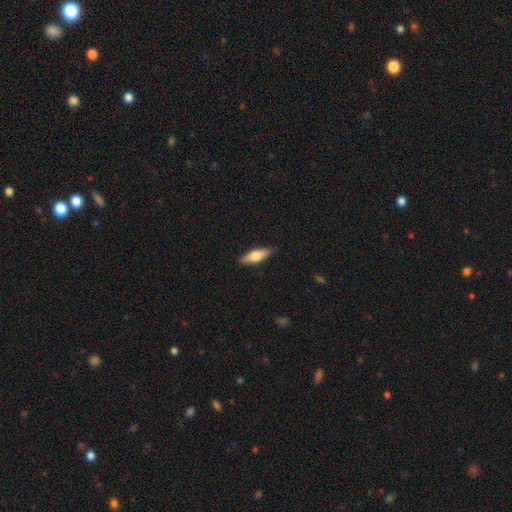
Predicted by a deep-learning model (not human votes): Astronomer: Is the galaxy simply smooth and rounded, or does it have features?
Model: smooth — 65%.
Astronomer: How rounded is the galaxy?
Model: in between — 53% (runner-up: cigar-shaped, 45%).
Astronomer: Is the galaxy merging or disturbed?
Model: none — 86%.